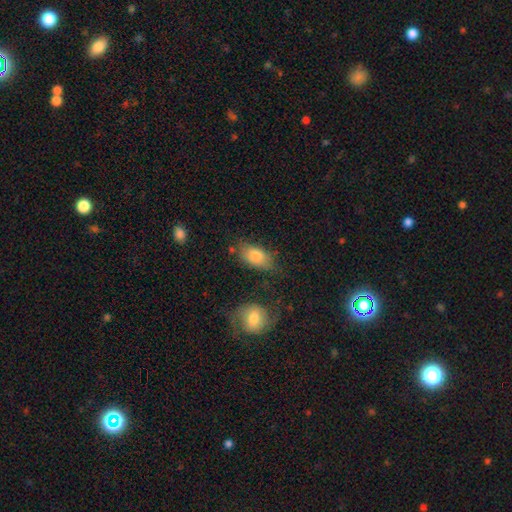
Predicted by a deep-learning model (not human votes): This is likely a smooth galaxy (79%). How rounded: clearly in between (89%). Merging: likely none (62%).